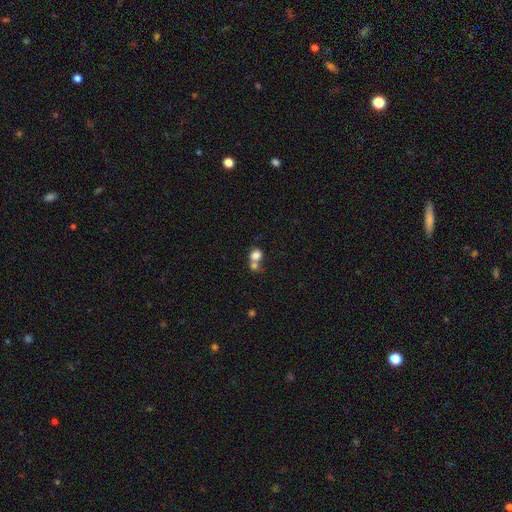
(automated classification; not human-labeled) Overall: smooth (79%). How rounded: round (67%; in between 32%). Merging: merger (59%; none 29%).